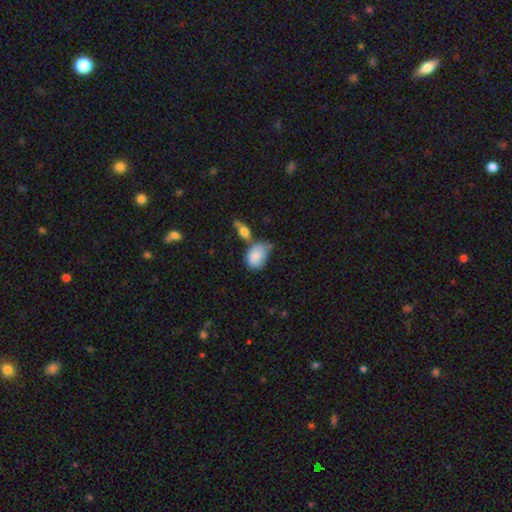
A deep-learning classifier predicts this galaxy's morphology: Smooth or featured?
  - smooth: 82% *
  - featured or disk: 11%
  - star or artifact: 7%
How rounded?
  - in between: 83% *
  - round: 16%
  - cigar-shaped: 1%
Merging?
  - none: 34% *
  - minor disturbance: 28%
  - merger: 27%
  - major disturbance: 10%